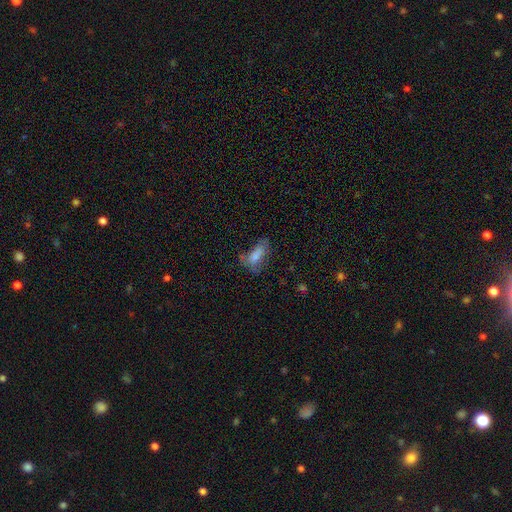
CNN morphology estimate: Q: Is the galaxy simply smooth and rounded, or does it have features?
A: smooth — 62%.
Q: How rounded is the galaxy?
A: in between — 72%.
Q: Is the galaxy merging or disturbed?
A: none — 44%.